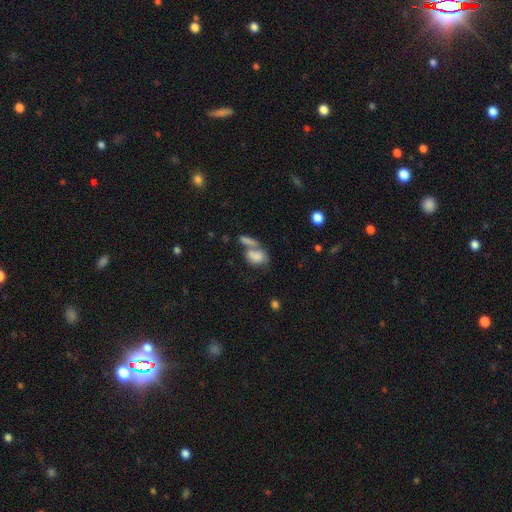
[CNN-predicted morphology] smooth 72%, featured or disk 19%, star or artifact 9%. Down the decision tree: how rounded — in between (70%); merging — merger (57%).